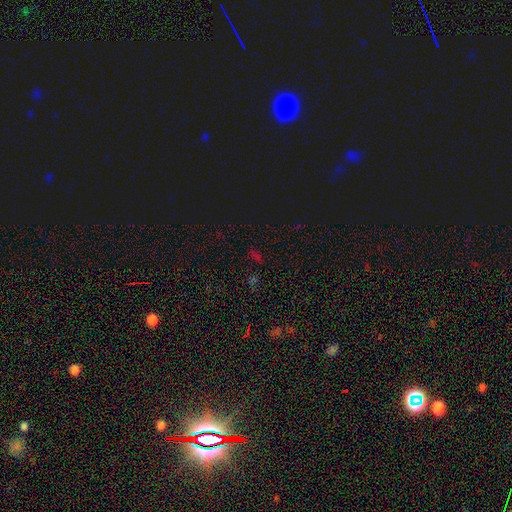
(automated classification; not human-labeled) Morphology: type=star or artifact (67%).